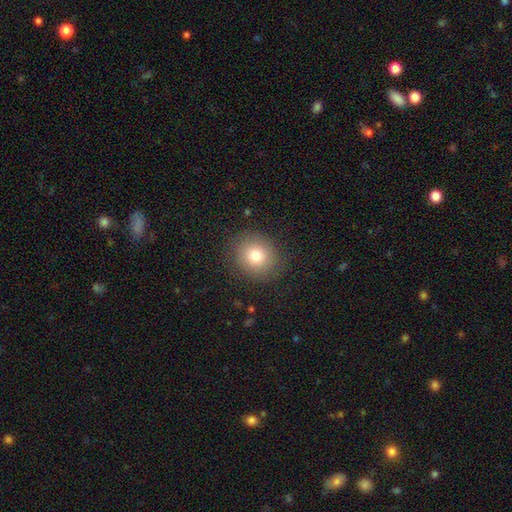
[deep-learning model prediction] Smooth or featured: smooth — 78% (star or artifact — 11%)
How rounded: round — 83% (in between — 16%)
Merging: none — 86% (minor disturbance — 9%)